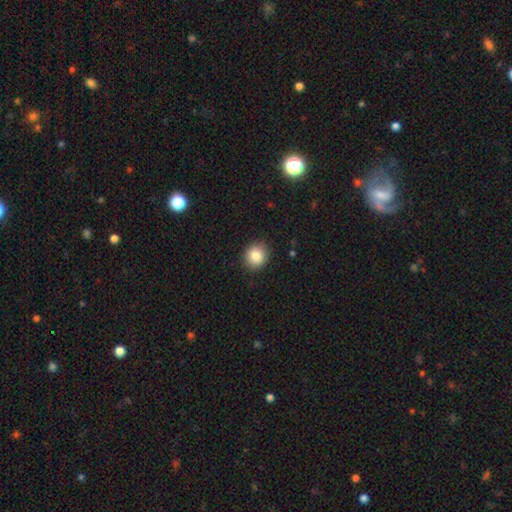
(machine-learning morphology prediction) A smooth galaxy with no disk features (84%) that is round (81%). Merging: none (89%).